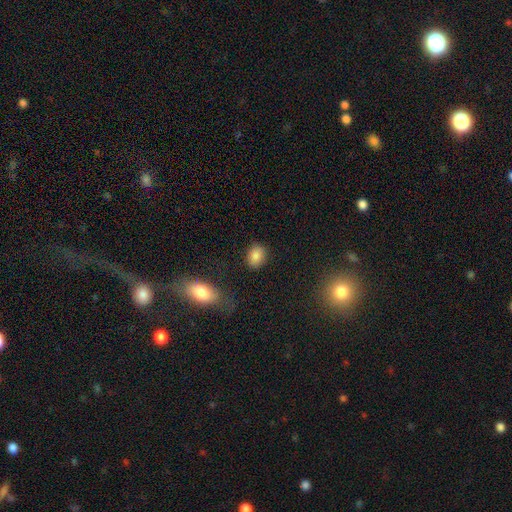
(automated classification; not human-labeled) This appears to be a smooth galaxy with no disk features (86%) that is in between round and cigar-shaped (58%). Merging: none (84%).